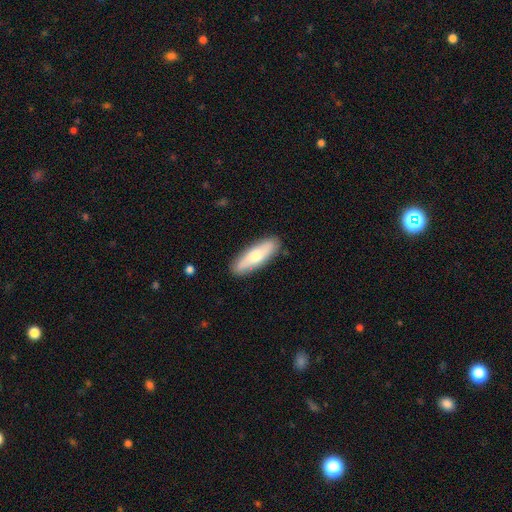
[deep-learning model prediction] A smooth galaxy with no disk features (63%) that is in between round and cigar-shaped (50%).

Vote fractions:
- Smooth or featured? smooth: 63% / featured or disk: 32% / star or artifact: 5%
- How rounded? in between: 50% / cigar-shaped: 47% / round: 2%
- Merging? none: 87% / minor disturbance: 10% / major disturbance: 2% / merger: 1%